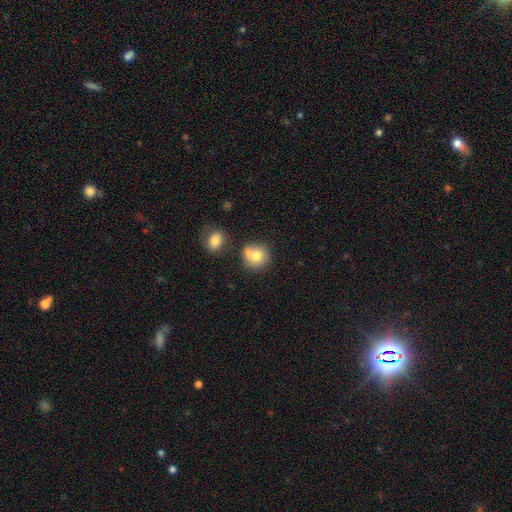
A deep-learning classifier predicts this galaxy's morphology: Smooth or featured? smooth (76%)
How rounded? round (85%)
Merging? none (55%)